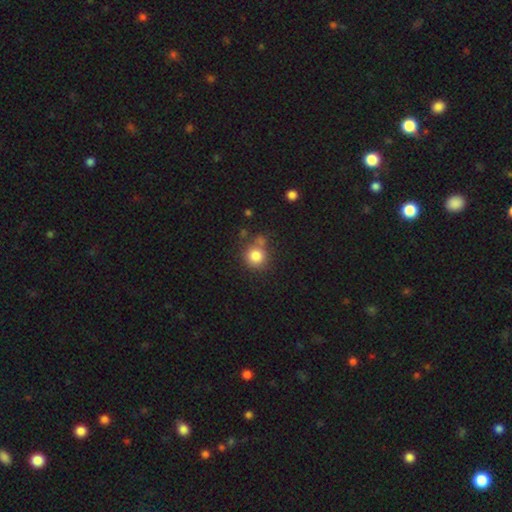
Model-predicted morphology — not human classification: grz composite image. It shows a smooth galaxy with no disk features (83%) that is round (90%). Merging: none (66%).